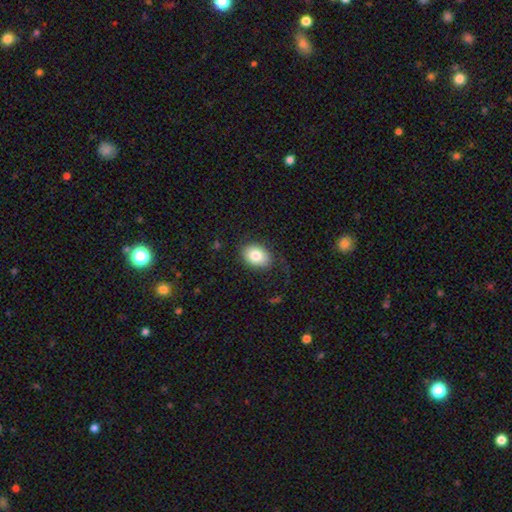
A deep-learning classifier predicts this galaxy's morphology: This is clearly a smooth galaxy (82%). How rounded: likely in between (77%). Merging: clearly none (80%).